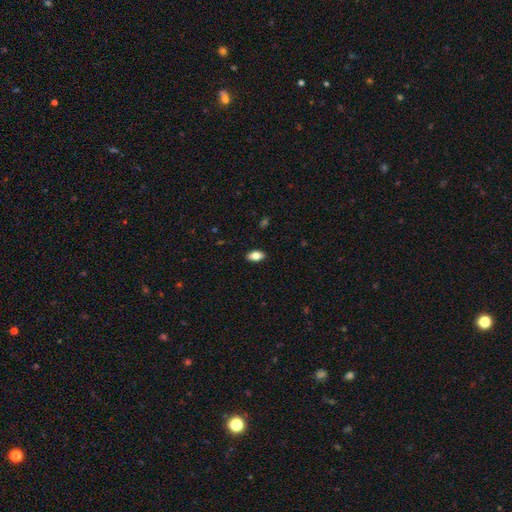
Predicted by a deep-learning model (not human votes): smooth 81%, featured or disk 11%, star or artifact 8%. Down the decision tree: how rounded — in between (91%); merging — none (89%).